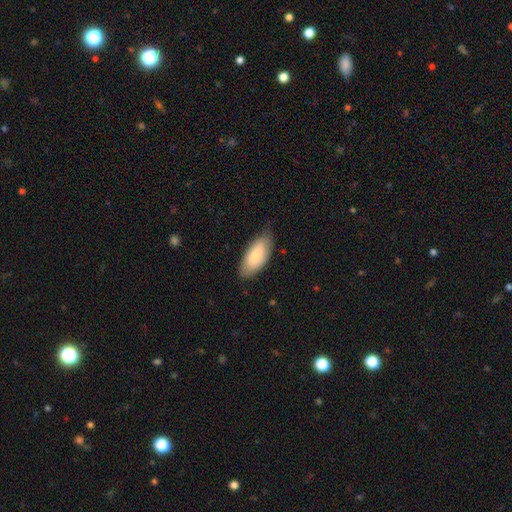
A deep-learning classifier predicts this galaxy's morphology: smooth-or-featured: smooth: 85% | featured or disk: 10% | star or artifact: 6%
  how-rounded: in between: 86% | cigar-shaped: 12% | round: 2%
  merging: none: 70% | minor disturbance: 24% | major disturbance: 4% | merger: 1%